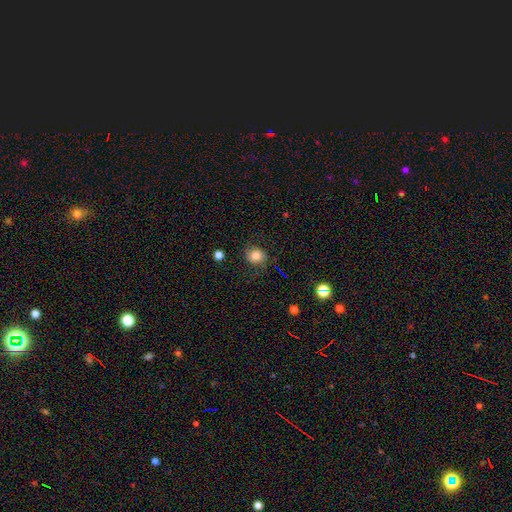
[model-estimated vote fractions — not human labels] A smooth galaxy with no disk features (72%) that is round (73%).

Vote fractions:
- Smooth or featured? smooth: 72% / featured or disk: 18% / star or artifact: 10%
- How rounded? round: 73% / in between: 26% / cigar-shaped: 1%
- Merging? none: 73% / minor disturbance: 18% / major disturbance: 8% / merger: 1%